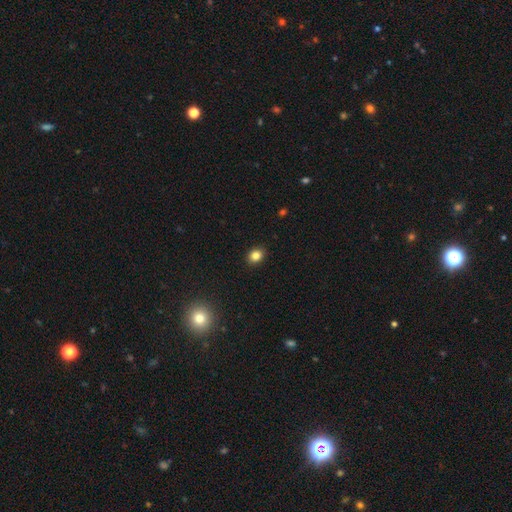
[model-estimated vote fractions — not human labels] A smooth galaxy with no disk features (83%) that is in between round and cigar-shaped (50%). Merging: none (90%).